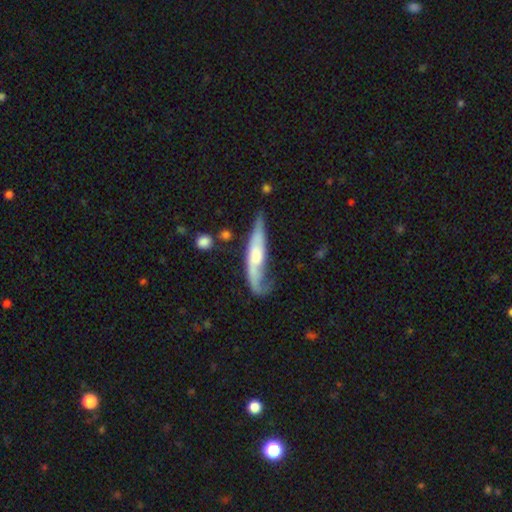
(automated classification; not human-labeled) Smooth or featured: featured or disk — 58% (smooth — 37%)
Edge-on disk: yes — 58% (no — 42%)
Merging: none — 37% (minor disturbance — 29%)